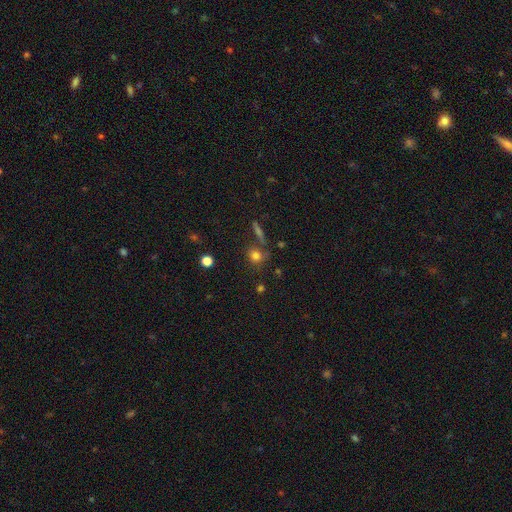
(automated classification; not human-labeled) A smooth galaxy with no disk features (76%) that is round (75%). Merging: none (68%).